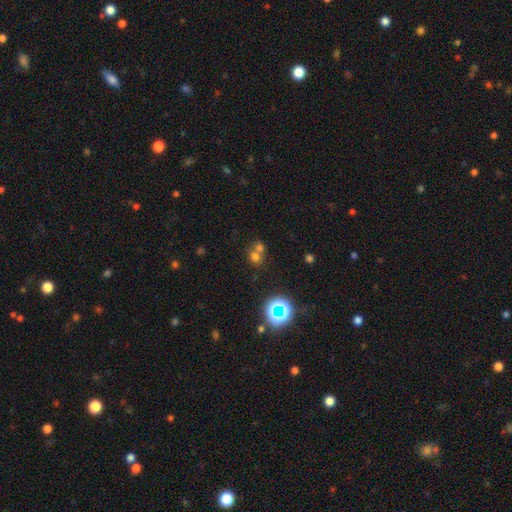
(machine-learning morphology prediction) Smooth or featured? smooth (57%)
How rounded? round (82%)
Merging? merger (45%, tied with none)